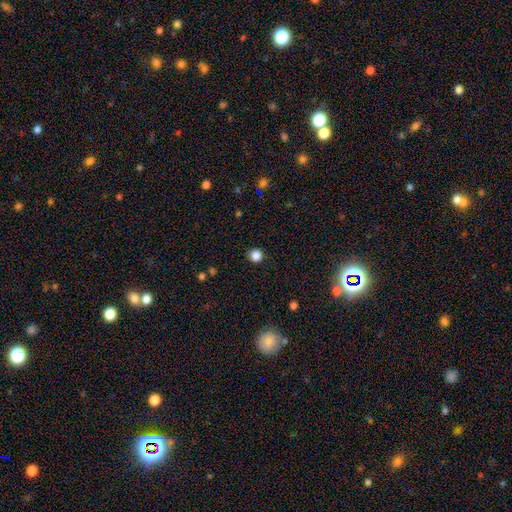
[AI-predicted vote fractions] Overall: smooth (85%). How rounded: round (93%). Merging: none (91%).